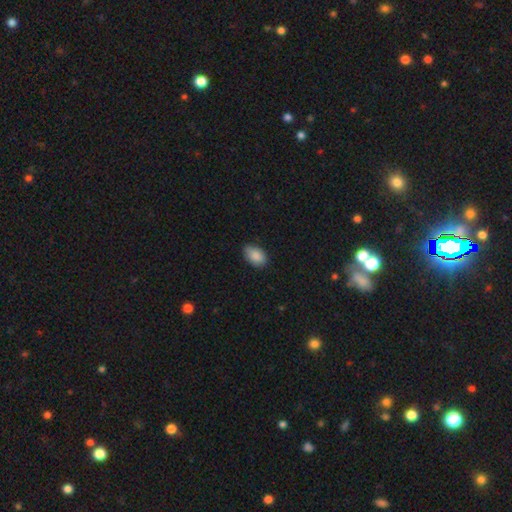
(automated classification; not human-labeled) Smooth or featured? Predicted: smooth (p=0.88). How rounded? Predicted: in between (p=0.90). Merging? Predicted: none (p=0.81).